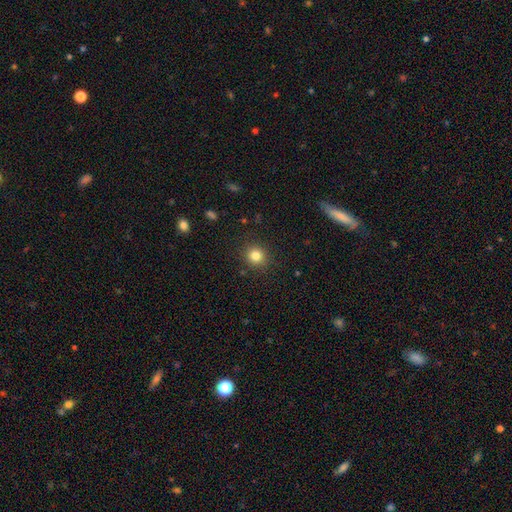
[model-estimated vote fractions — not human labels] Q: Smooth or featured?
A: smooth (82%); runner-up: star or artifact (12%)
Q: How rounded?
A: round (89%); runner-up: in between (10%)
Q: Merging?
A: none (90%); runner-up: minor disturbance (7%)